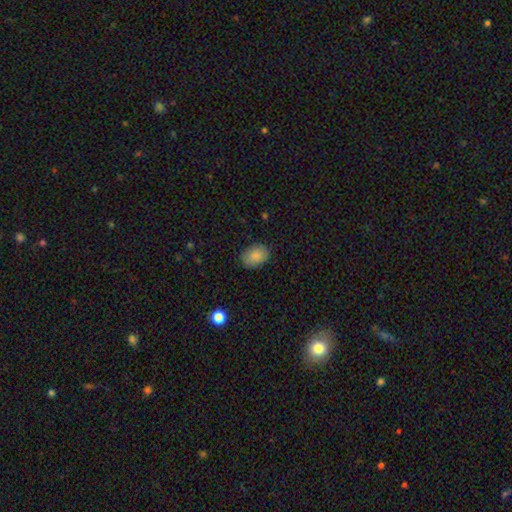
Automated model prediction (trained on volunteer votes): Morphology: type=smooth (86%); roundness=in between (76%); merging=none (85%).